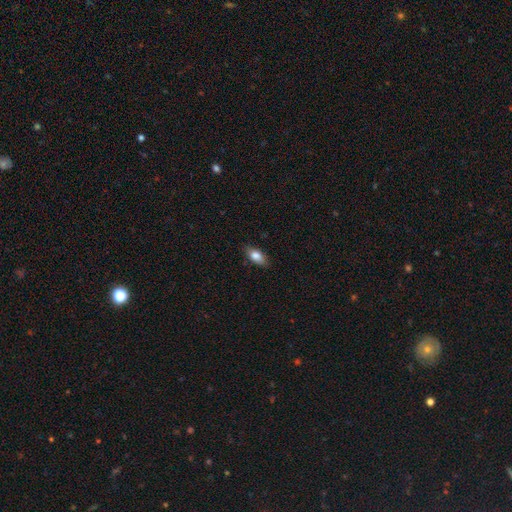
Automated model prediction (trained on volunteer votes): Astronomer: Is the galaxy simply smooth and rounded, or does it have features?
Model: smooth — 81%.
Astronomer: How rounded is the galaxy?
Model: in between — 86%.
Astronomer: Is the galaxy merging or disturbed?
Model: none — 83%.